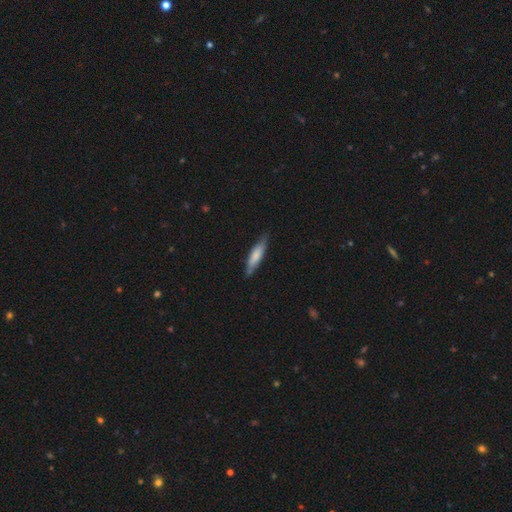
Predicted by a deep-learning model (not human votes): A smooth galaxy with no disk features (71%) that is cigar-shaped (77%). Merging: none (79%).